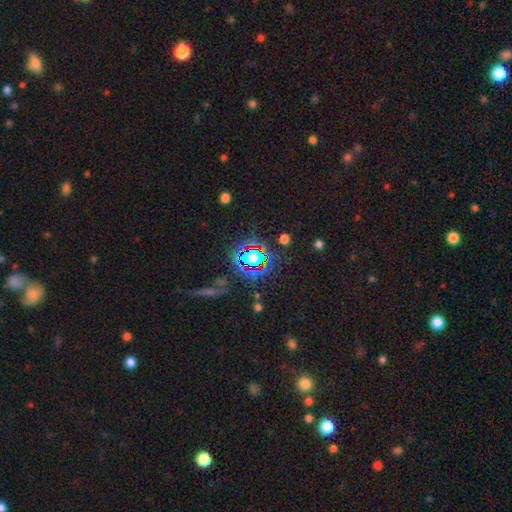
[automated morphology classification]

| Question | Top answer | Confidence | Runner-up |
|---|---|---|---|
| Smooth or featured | star or artifact | 63% | smooth (26%) |